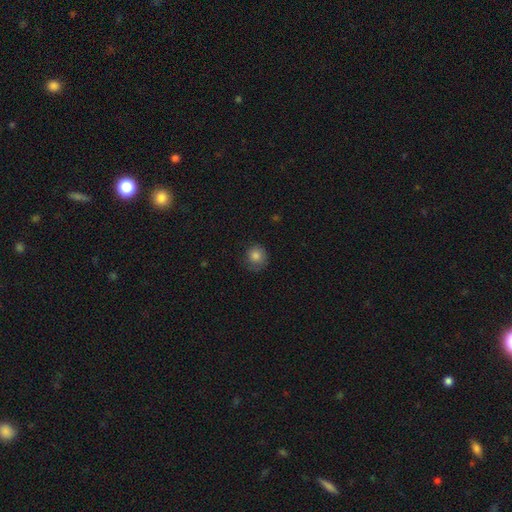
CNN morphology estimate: This appears to be a smooth galaxy with no disk features (82%) that is round (86%). Merging: none (72%).